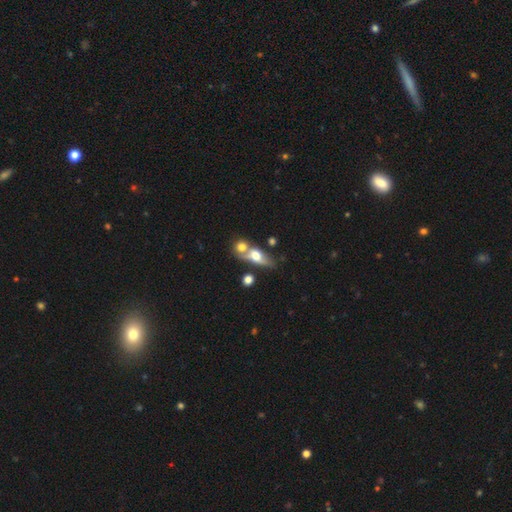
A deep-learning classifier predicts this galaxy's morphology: A smooth galaxy with no disk features (54%) that is in between round and cigar-shaped (58%). Merging: merger (47%).